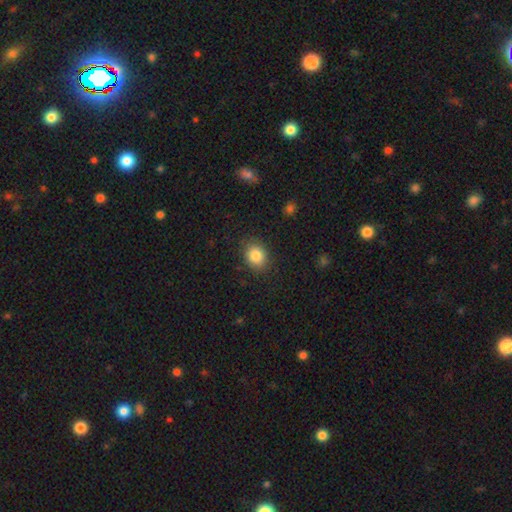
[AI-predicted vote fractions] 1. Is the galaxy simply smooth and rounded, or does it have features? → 84% smooth, 9% star or artifact, 6% featured or disk.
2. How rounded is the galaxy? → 56% round, 44% in between, 1% cigar-shaped.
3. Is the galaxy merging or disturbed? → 87% none, 9% minor disturbance, 3% major disturbance, 1% merger.